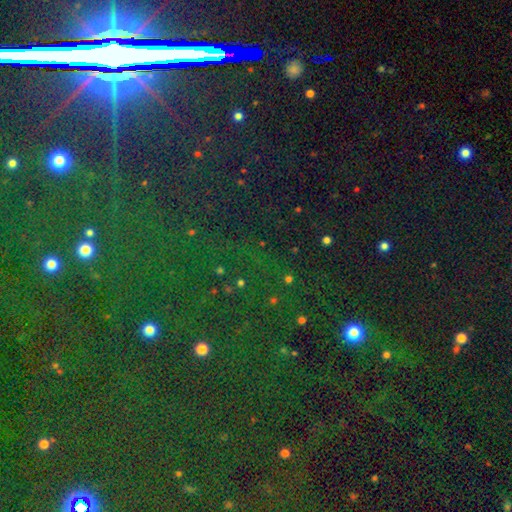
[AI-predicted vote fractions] The model was most divided on "smooth or featured": star or artifact: 80%, smooth: 11%, featured or disk: 9%.